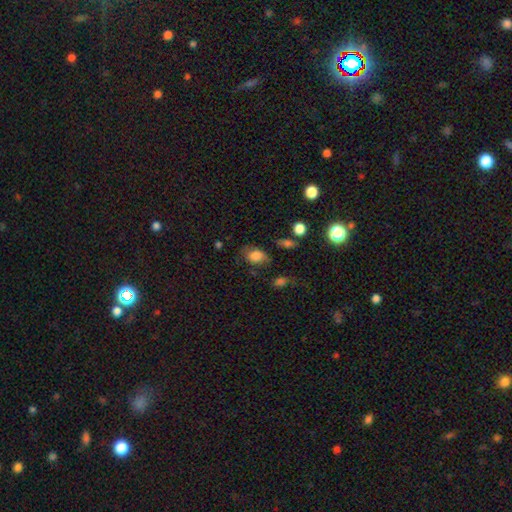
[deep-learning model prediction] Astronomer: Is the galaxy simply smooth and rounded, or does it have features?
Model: smooth — 76%.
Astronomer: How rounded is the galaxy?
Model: in between — 73%.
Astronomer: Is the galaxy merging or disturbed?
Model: none — 55%.